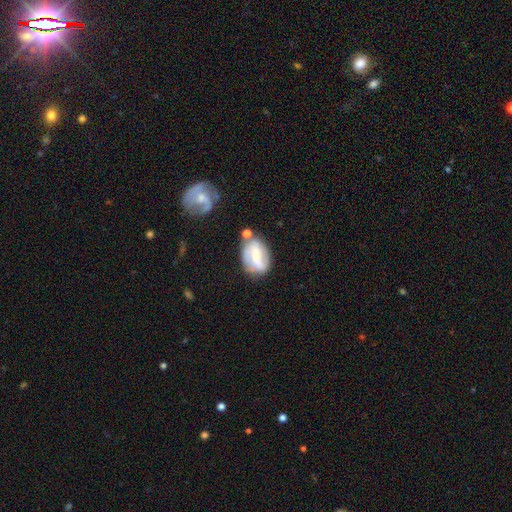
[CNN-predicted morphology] A featured or disk galaxy (57%) with a strong bar (40%), spiral arms (75%) and no central bulge (35%). Merging: none (51%).